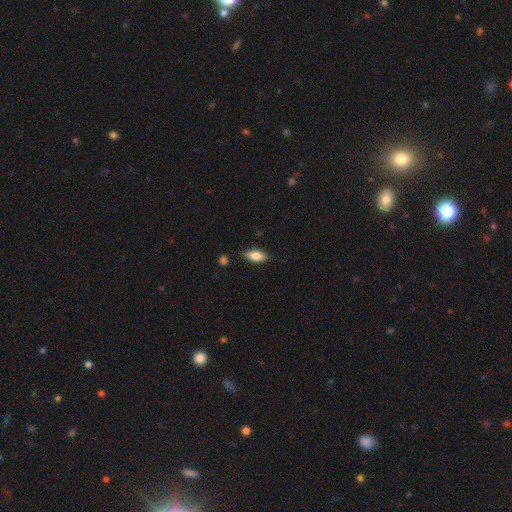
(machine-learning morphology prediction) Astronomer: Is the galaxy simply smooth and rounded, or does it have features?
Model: smooth — 82%.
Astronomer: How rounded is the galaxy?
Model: in between — 86%.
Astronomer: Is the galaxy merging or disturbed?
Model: none — 82%.